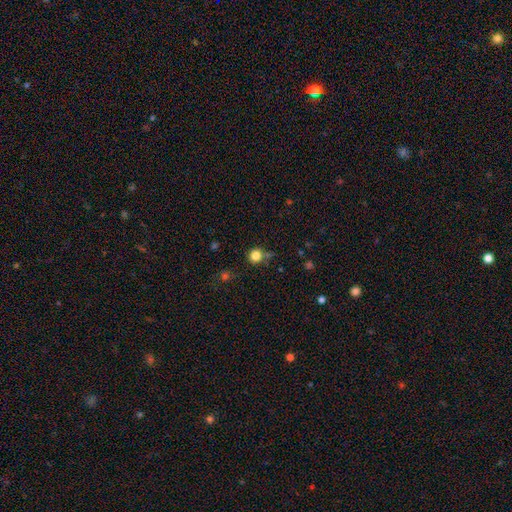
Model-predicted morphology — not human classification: Smooth or featured? smooth (80%)
How rounded? round (91%)
Merging? none (70%)